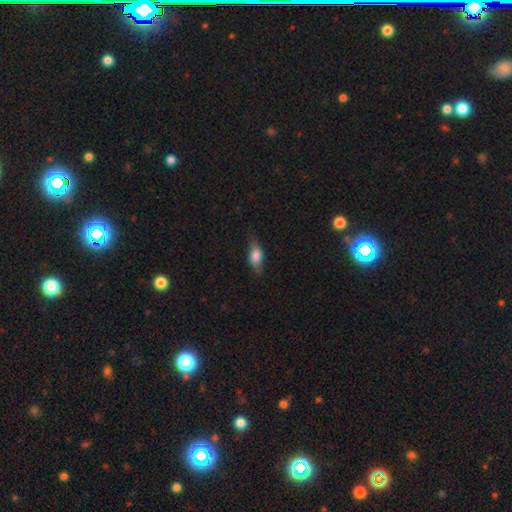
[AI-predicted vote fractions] Morphology: type=smooth (63%); roundness=in between (74%); merging=none (71%).